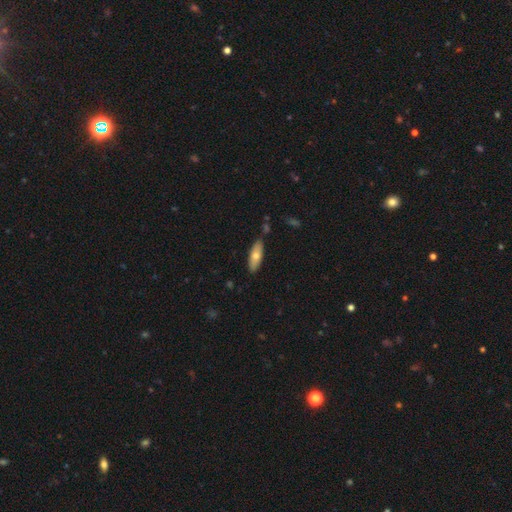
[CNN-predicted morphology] A smooth galaxy with no disk features (68%) that is in between round and cigar-shaped (62%).

Vote fractions:
- Smooth or featured? smooth: 68% / featured or disk: 26% / star or artifact: 6%
- How rounded? in between: 62% / cigar-shaped: 35% / round: 2%
- Merging? none: 83% / minor disturbance: 12% / merger: 3% / major disturbance: 2%